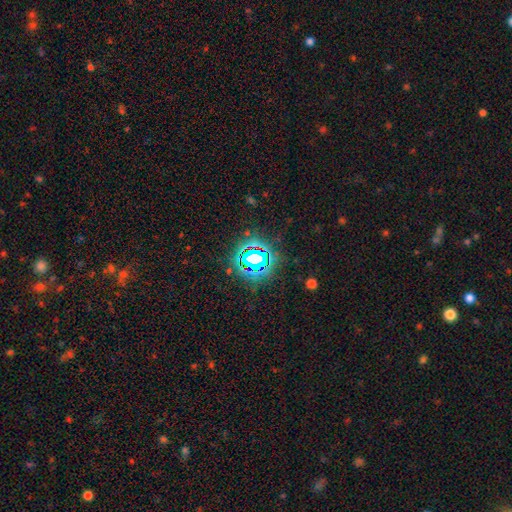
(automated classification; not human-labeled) Smooth or featured? star or artifact (75%)